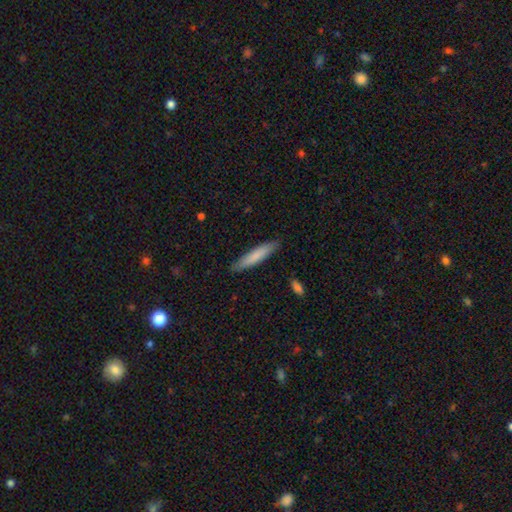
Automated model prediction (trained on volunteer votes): Morphology: type=smooth (78%); roundness=cigar-shaped (89%); merging=none (88%).